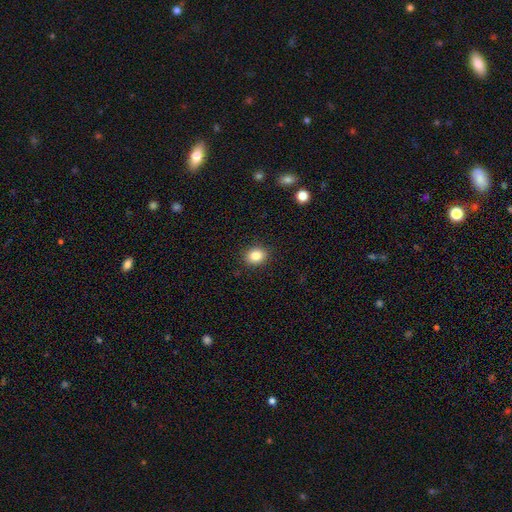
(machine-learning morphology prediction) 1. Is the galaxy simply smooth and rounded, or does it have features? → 84% smooth, 10% star or artifact, 6% featured or disk.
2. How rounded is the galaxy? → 62% round, 37% in between, 1% cigar-shaped.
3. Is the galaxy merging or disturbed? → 90% none, 7% minor disturbance, 2% major disturbance, 1% merger.